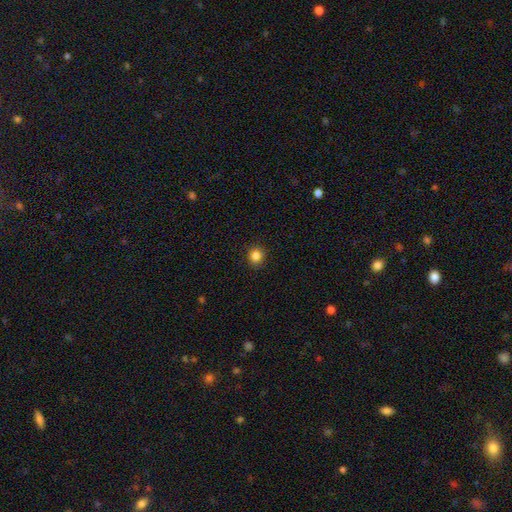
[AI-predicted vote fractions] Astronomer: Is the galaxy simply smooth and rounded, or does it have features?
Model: smooth — 84%.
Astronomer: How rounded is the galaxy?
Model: round — 88%.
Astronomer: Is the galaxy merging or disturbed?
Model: none — 91%.